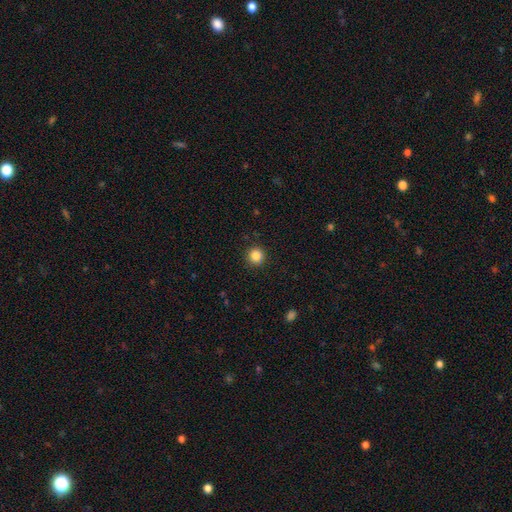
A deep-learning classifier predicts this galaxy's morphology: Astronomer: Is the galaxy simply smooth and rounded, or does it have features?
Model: smooth — 85%.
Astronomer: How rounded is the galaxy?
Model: round — 95%.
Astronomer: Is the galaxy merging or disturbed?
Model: none — 92%.